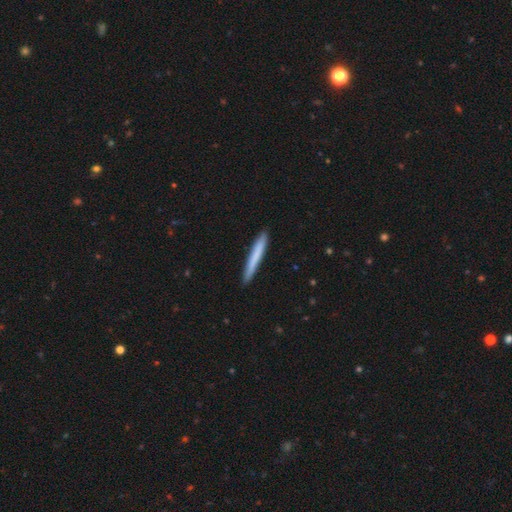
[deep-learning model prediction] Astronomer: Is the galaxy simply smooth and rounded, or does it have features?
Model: smooth — 74%.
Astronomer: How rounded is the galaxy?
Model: cigar-shaped — 97%.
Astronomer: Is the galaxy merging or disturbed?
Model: none — 90%.